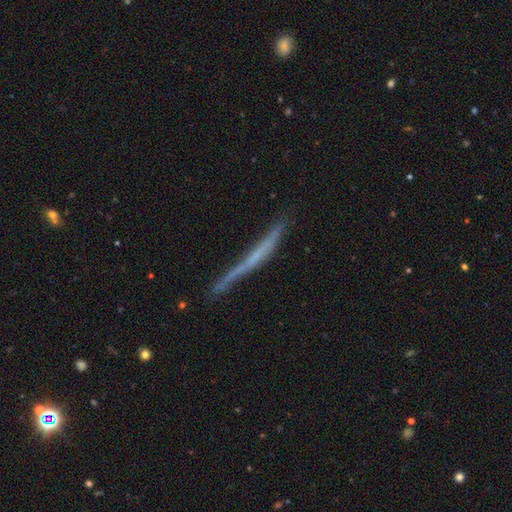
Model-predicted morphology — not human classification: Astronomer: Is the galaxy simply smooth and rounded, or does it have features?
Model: featured or disk — 54% (runner-up: smooth, 37%).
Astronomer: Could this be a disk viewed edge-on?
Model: yes — 91%.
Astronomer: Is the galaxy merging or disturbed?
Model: none — 66%.